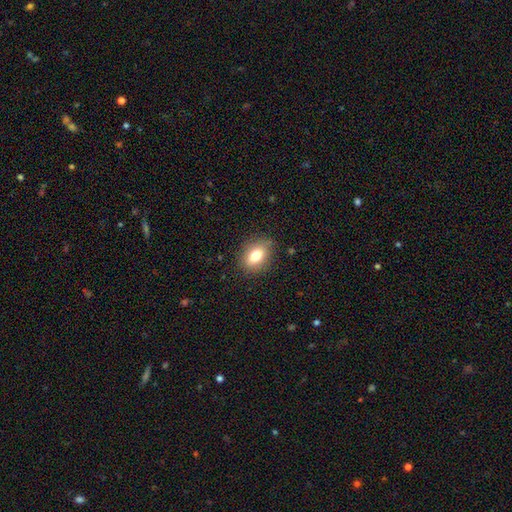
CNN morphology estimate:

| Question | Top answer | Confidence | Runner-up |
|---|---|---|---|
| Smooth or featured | smooth | 76% | featured or disk (14%) |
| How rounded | in between | 74% | round (23%) |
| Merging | none | 83% | minor disturbance (13%) |